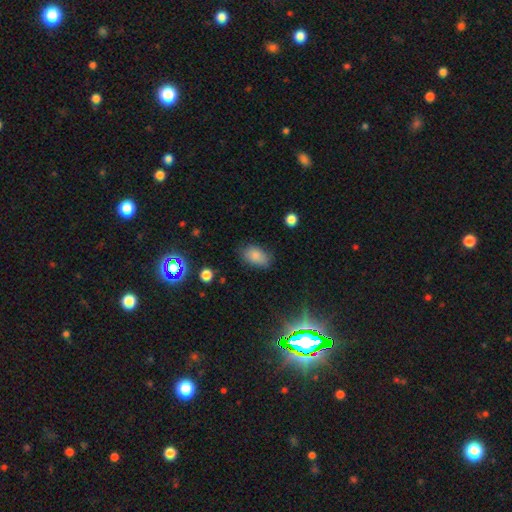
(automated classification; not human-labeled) Q: Smooth or featured?
A: smooth (83%); runner-up: star or artifact (10%)
Q: How rounded?
A: in between (90%); runner-up: round (8%)
Q: Merging?
A: none (73%); runner-up: minor disturbance (20%)